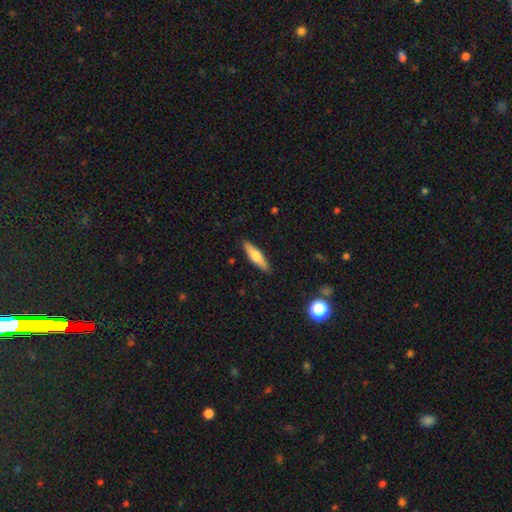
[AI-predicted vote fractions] Smooth or featured: smooth — 54% (featured or disk — 41%)
How rounded: cigar-shaped — 71% (in between — 27%)
Merging: none — 90% (minor disturbance — 8%)